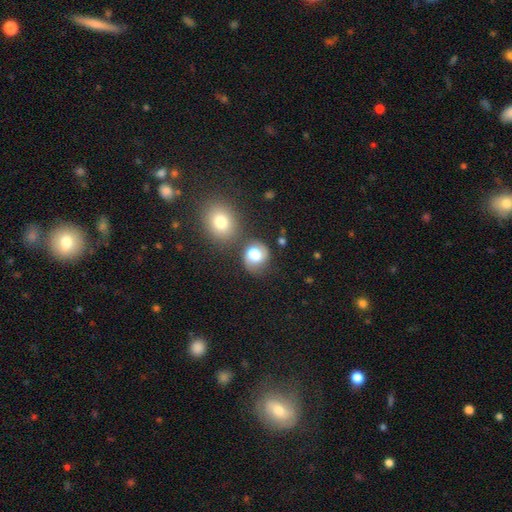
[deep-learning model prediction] The model was most divided on "smooth or featured": smooth: 58%, featured or disk: 32%, star or artifact: 9%. More confident: how rounded — round (69%); merging — none (62%).